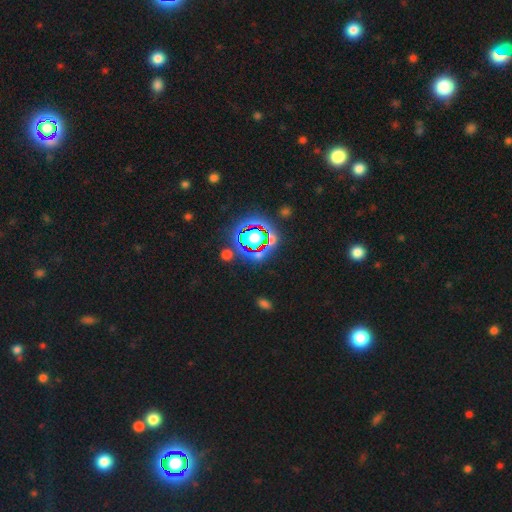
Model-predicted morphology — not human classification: Smooth or featured: star or artifact — 82% (smooth — 11%)